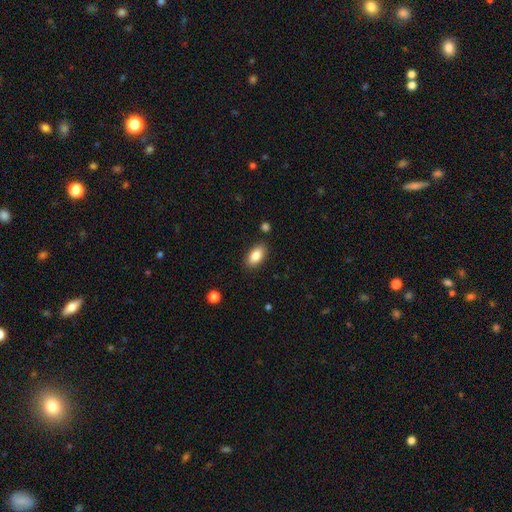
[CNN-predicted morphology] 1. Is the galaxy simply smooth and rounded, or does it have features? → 84% smooth, 8% featured or disk, 7% star or artifact.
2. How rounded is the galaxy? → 92% in between, 5% cigar-shaped, 4% round.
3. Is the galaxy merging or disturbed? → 85% none, 10% minor disturbance, 2% merger, 2% major disturbance.